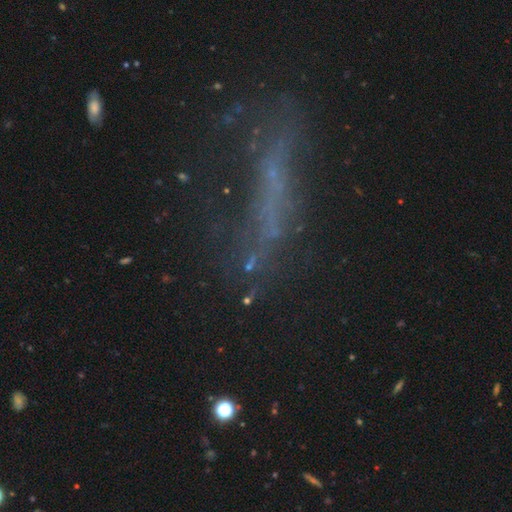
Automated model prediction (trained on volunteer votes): Smooth or featured? Predicted: featured or disk (p=0.44). Merging? Predicted: none (p=0.52).